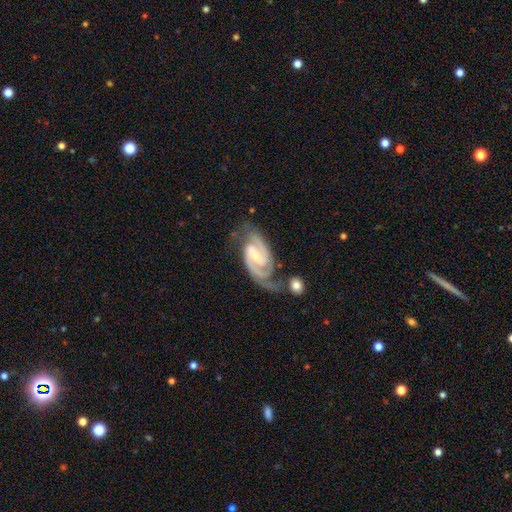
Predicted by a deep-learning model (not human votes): smooth_or_featured: featured or disk (p=0.92) [alt: star or artifact p=0.04]
disk_edge_on: no (p=0.97) [alt: yes p=0.03]
bar: weak (p=0.47) [alt: strong p=0.38]
has_spiral_arms: yes (p=0.98) [alt: no p=0.02]
spiral_winding: medium (p=0.49) [alt: tight p=0.43]
spiral_arm_count: 2 (p=0.92) [alt: 3 p=0.03]
bulge_size: small (p=0.60) [alt: moderate p=0.27]
merging: none (p=0.66) [alt: minor disturbance p=0.19]